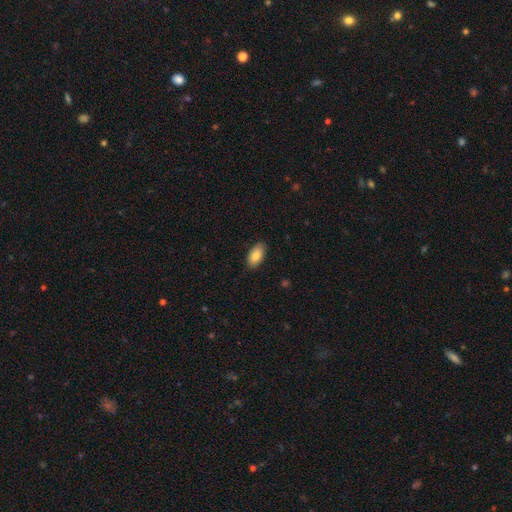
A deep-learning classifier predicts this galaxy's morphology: type=smooth (84%); roundness=in between (93%); merging=none (87%).